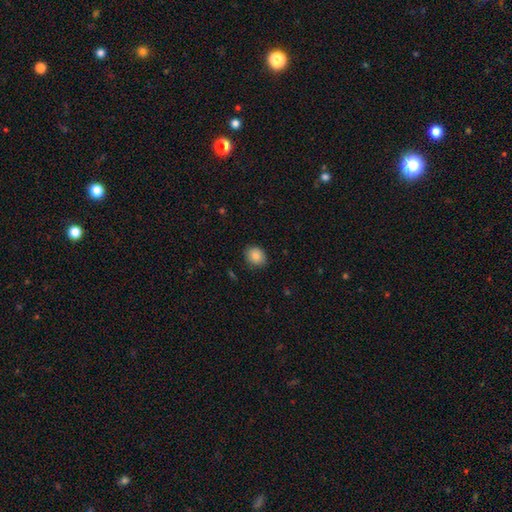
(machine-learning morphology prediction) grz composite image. It shows a smooth galaxy with no disk features (86%) that is round (54%). Merging: none (83%).